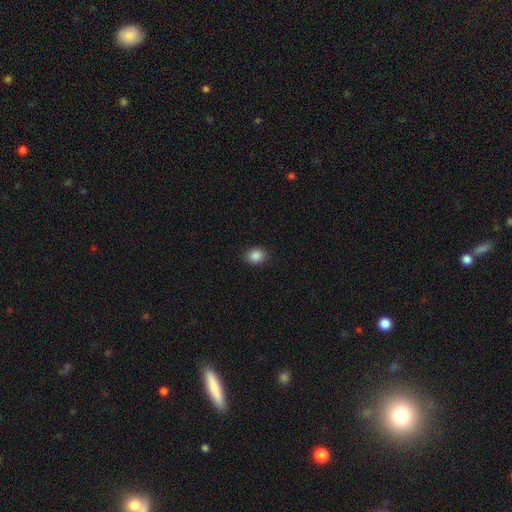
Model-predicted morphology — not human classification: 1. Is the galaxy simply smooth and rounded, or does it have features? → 87% smooth, 9% star or artifact, 3% featured or disk.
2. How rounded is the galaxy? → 56% round, 43% in between, 1% cigar-shaped.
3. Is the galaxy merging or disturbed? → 89% none, 8% minor disturbance, 2% major disturbance, 1% merger.